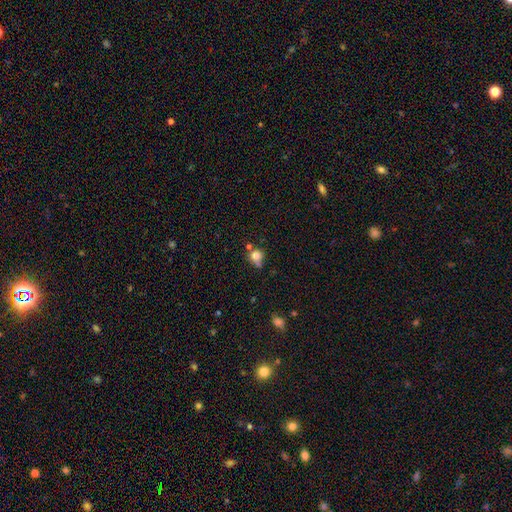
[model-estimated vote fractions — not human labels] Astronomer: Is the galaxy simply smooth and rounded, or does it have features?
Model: smooth — 76%.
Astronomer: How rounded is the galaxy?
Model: round — 74%.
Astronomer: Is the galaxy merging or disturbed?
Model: none — 42% (runner-up: merger, 23%).